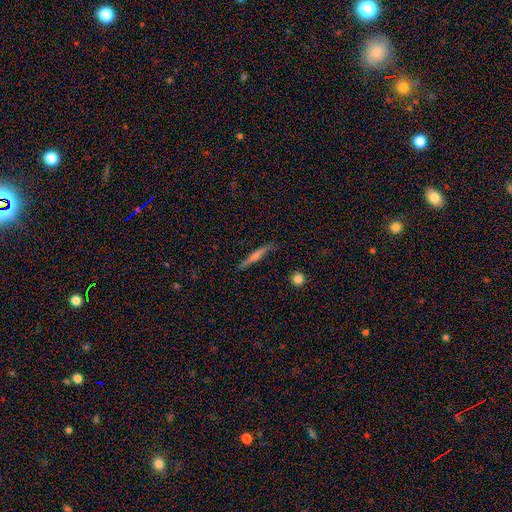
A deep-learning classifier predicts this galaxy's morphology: The model was most divided on "edge-on bulge": rounded: 53%, none: 33%, boxy: 14%. More confident: edge-on disk — yes (96%); merging — none (88%); smooth or featured — featured or disk (56%).